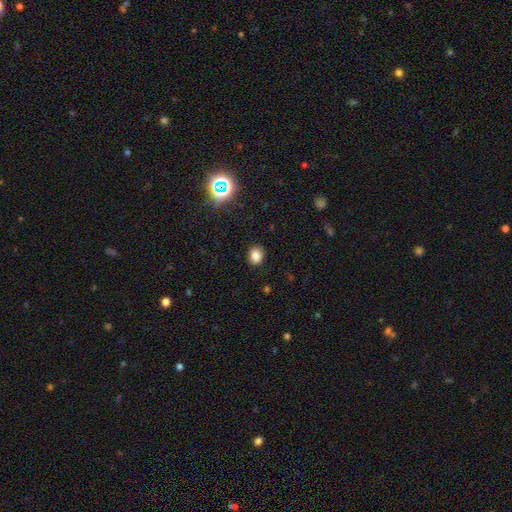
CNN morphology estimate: Smooth or featured: smooth — 82% (star or artifact — 13%)
How rounded: round — 54% (in between — 45%)
Merging: none — 86% (minor disturbance — 10%)